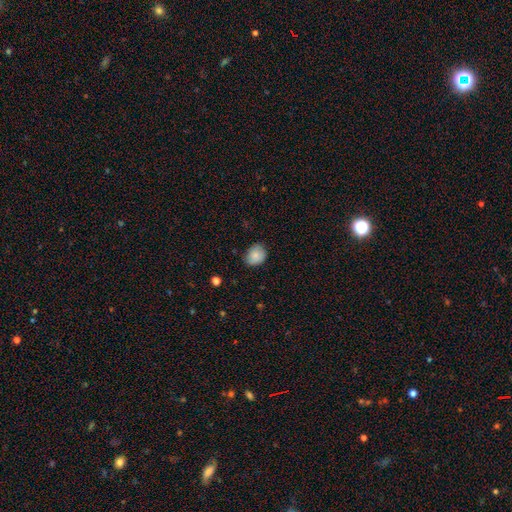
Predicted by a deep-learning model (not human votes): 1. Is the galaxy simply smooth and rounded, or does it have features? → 84% smooth, 8% featured or disk, 8% star or artifact.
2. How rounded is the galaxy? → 53% round, 46% in between, 1% cigar-shaped.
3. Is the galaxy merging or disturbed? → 75% none, 21% minor disturbance, 3% major disturbance, 1% merger.